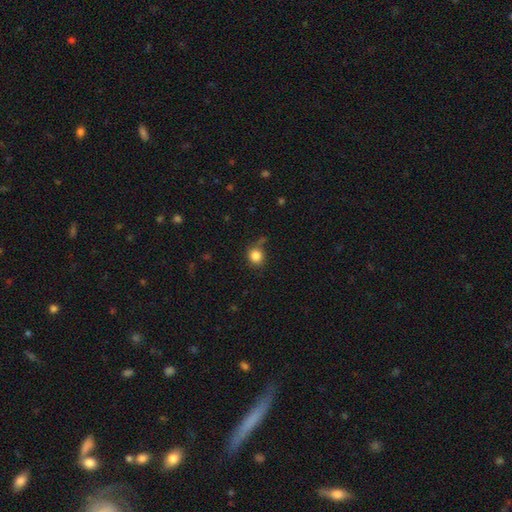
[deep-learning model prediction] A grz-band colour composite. It shows a smooth galaxy with no disk features (84%) that is round (83%). Merging: none (70%).